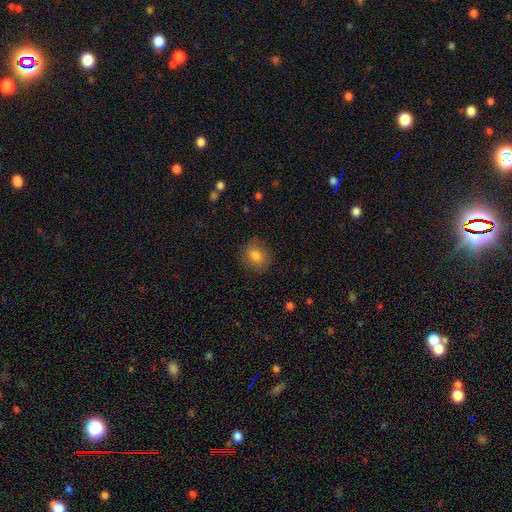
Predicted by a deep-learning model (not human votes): A smooth galaxy with no disk features (81%) that is round (60%). Merging: none (81%).